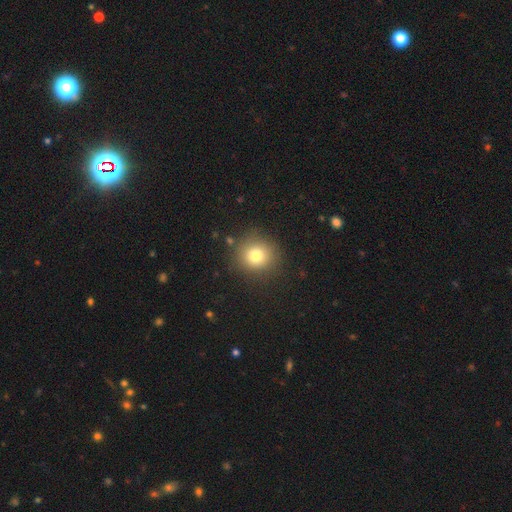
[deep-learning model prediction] Q: Smooth or featured?
A: smooth (78%); runner-up: star or artifact (13%)
Q: How rounded?
A: round (90%); runner-up: in between (9%)
Q: Merging?
A: none (86%); runner-up: minor disturbance (8%)